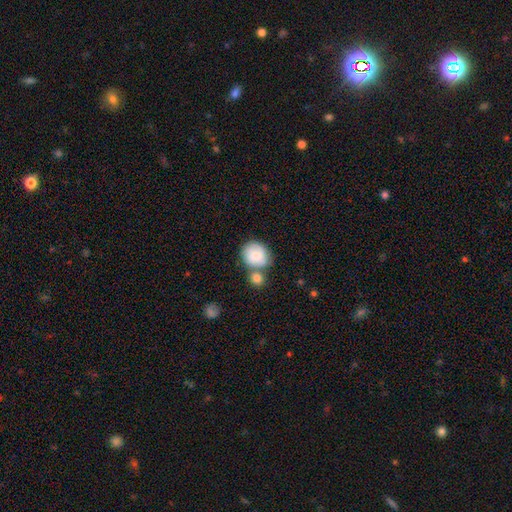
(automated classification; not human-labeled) Q: Smooth or featured?
A: smooth (75%); runner-up: featured or disk (18%)
Q: How rounded?
A: round (72%); runner-up: in between (27%)
Q: Merging?
A: none (46%); runner-up: merger (32%)